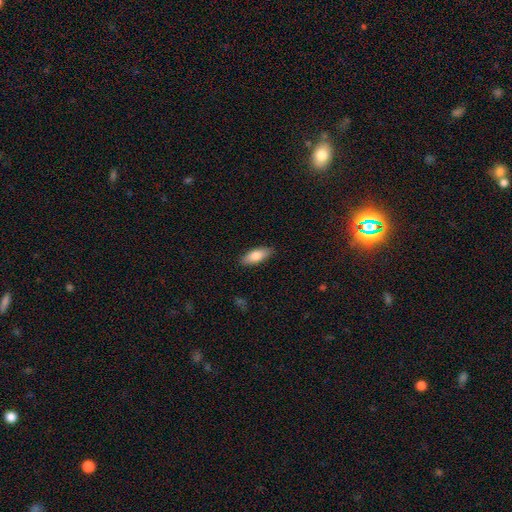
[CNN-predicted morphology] type=smooth (80%); roundness=in between (71%); merging=none (87%).